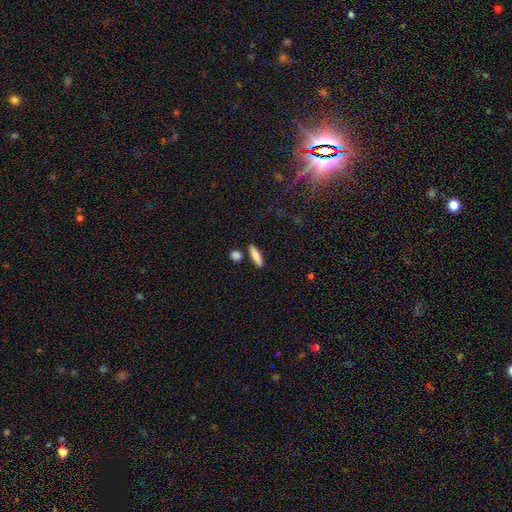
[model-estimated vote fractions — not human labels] Smooth or featured? Predicted: smooth (p=0.83). How rounded? Predicted: cigar-shaped (p=0.55). Merging? Predicted: none (p=0.82).